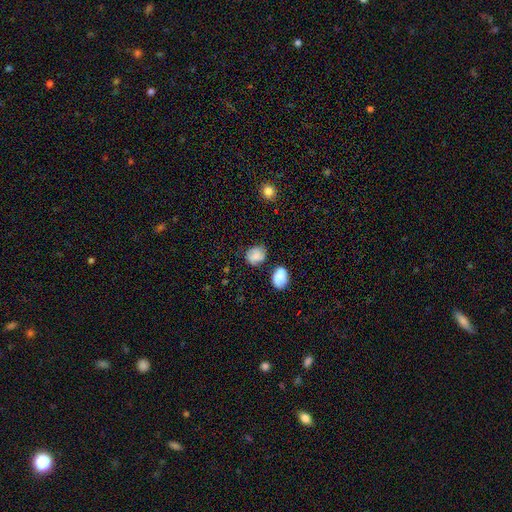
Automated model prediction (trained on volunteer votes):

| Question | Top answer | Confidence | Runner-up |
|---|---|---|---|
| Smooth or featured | smooth | 66% | featured or disk (23%) |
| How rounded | round | 61% | in between (38%) |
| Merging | none | 61% | minor disturbance (22%) |